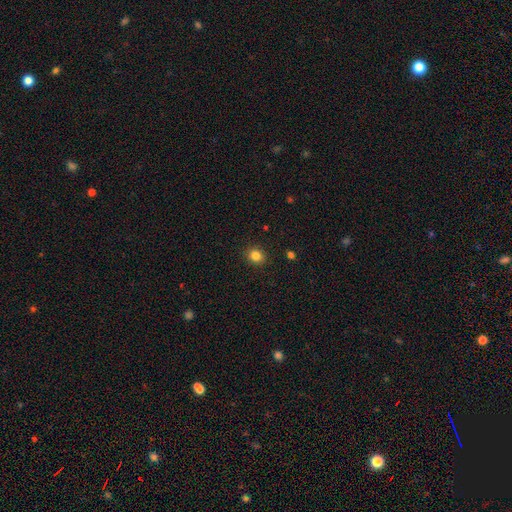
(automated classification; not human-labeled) Smooth or featured: smooth — 83% (star or artifact — 12%)
How rounded: round — 71% (in between — 28%)
Merging: none — 91% (minor disturbance — 6%)